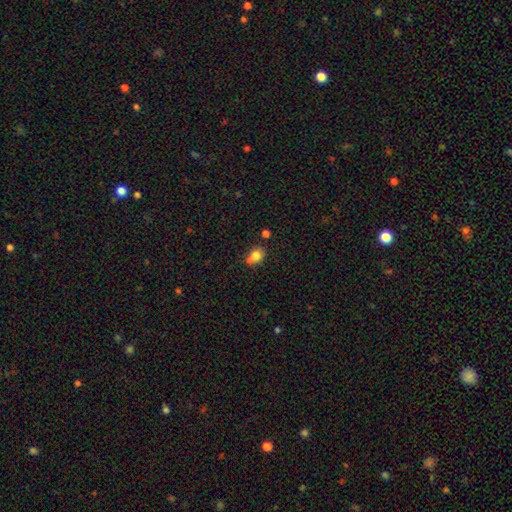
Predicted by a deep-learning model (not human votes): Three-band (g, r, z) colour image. It shows a smooth galaxy with no disk features (79%) that is round (64%). Merging: none (53%).